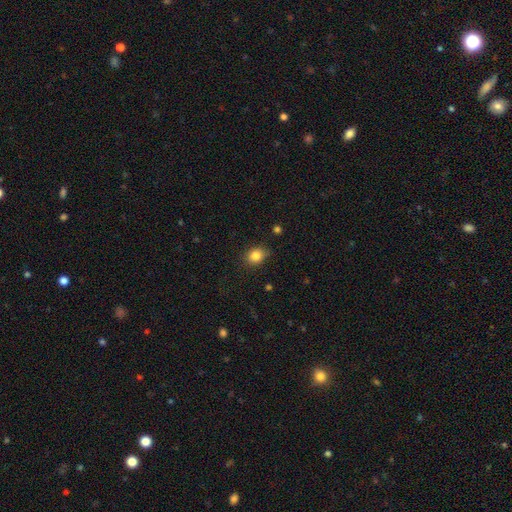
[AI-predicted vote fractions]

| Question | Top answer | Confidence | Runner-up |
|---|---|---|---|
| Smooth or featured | smooth | 84% | star or artifact (10%) |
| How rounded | round | 57% | in between (42%) |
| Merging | none | 80% | minor disturbance (16%) |